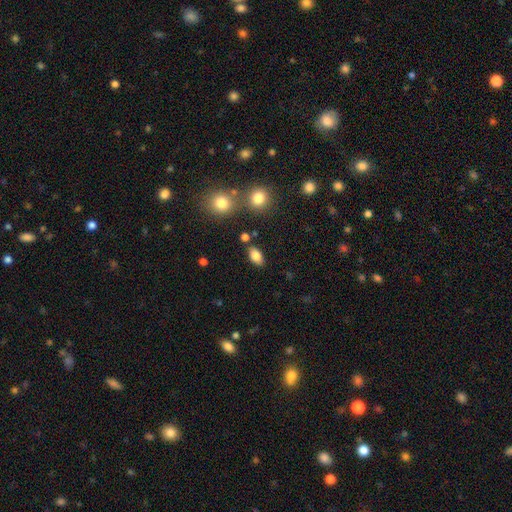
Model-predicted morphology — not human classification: The model was most divided on "merging": none: 83%, minor disturbance: 10%, merger: 5%, major disturbance: 3%. More confident: how rounded — in between (88%); smooth or featured — smooth (82%).